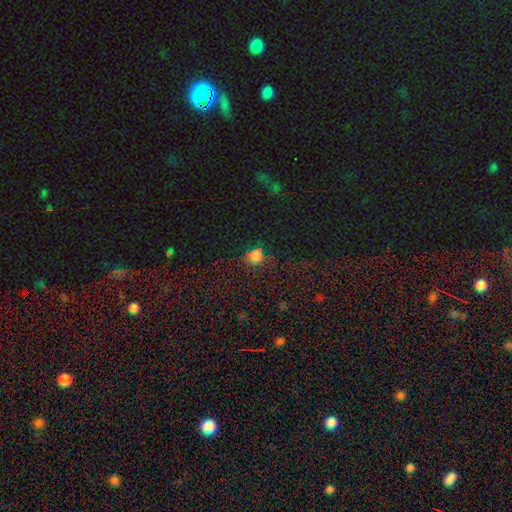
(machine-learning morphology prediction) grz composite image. It shows a smooth galaxy with no disk features (71%) that is round (83%). Merging: none (76%).